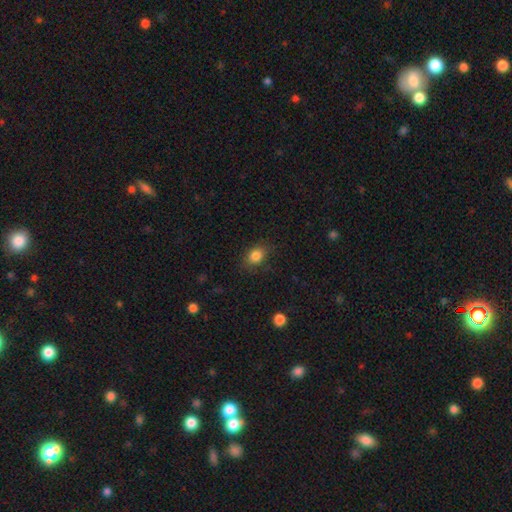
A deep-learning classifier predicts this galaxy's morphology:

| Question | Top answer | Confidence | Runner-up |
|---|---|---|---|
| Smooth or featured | smooth | 84% | star or artifact (10%) |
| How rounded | in between | 61% | round (38%) |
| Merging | none | 79% | minor disturbance (15%) |